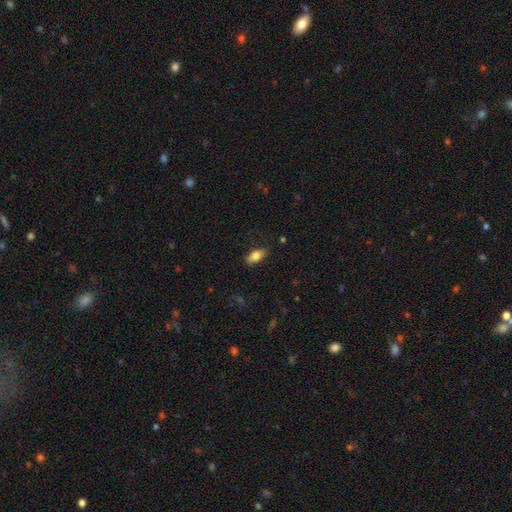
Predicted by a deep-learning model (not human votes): Overall: smooth (79%). How rounded: in between (87%). Merging: none (82%).